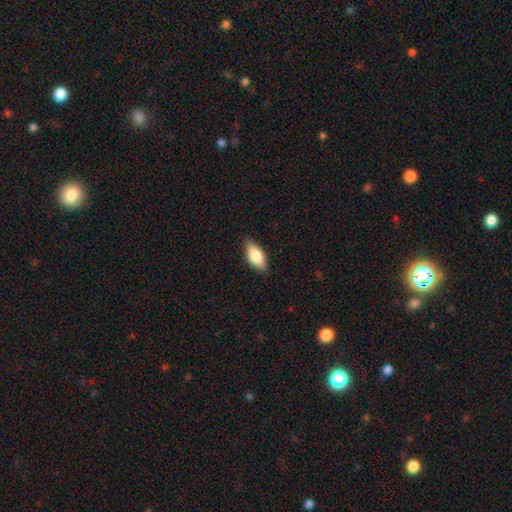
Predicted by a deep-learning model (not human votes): A smooth galaxy with no disk features (81%) that is in between round and cigar-shaped (87%).

Vote fractions:
- Smooth or featured? smooth: 81% / featured or disk: 12% / star or artifact: 6%
- How rounded? in between: 87% / cigar-shaped: 10% / round: 2%
- Merging? none: 85% / minor disturbance: 12% / major disturbance: 2% / merger: 1%